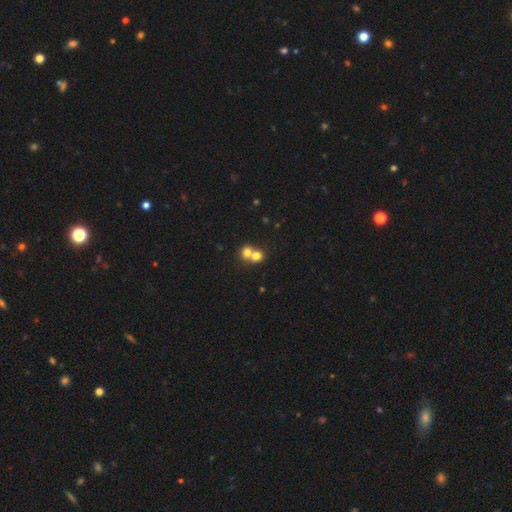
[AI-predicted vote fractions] smooth 74%, featured or disk 14%, star or artifact 12%. Down the decision tree: how rounded — round (78%); merging — merger (64%).